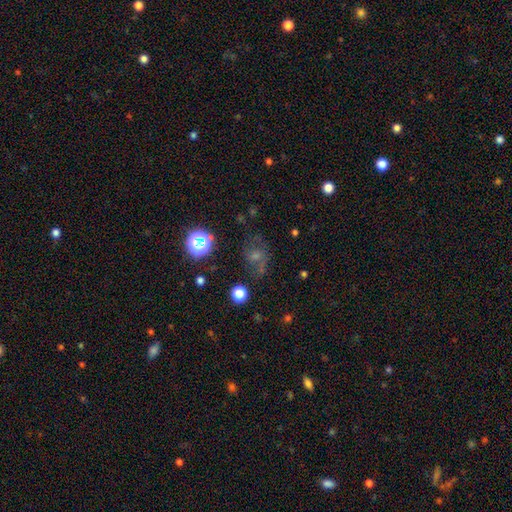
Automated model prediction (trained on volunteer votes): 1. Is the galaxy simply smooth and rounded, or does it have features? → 36% featured or disk, 33% star or artifact, 31% smooth.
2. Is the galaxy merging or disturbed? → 60% none, 19% minor disturbance, 16% major disturbance, 5% merger.